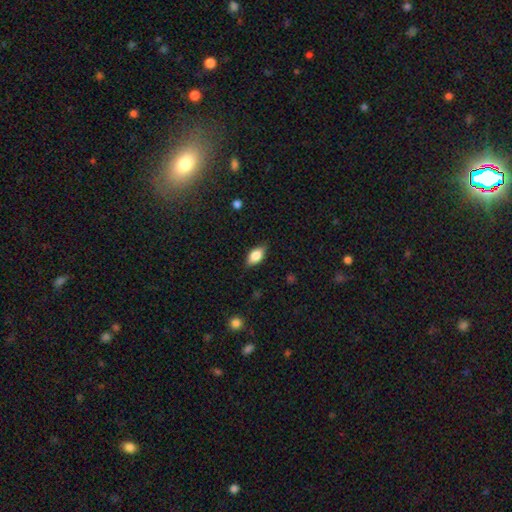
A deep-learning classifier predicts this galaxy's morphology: Smooth or featured? smooth (77%)
How rounded? in between (88%)
Merging? none (82%)